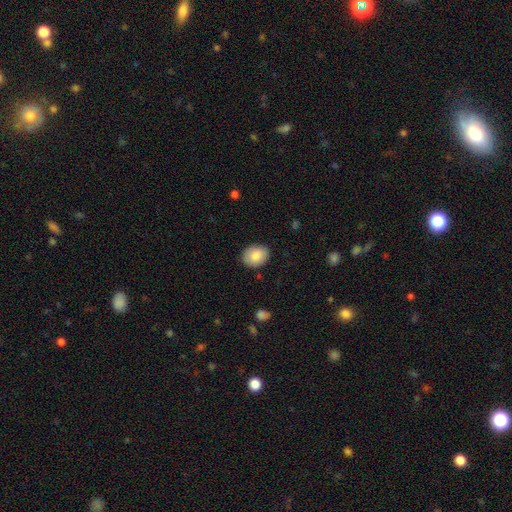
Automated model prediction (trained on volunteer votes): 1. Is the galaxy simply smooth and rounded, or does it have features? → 83% smooth, 10% featured or disk, 7% star or artifact.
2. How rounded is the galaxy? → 56% in between, 43% round, 1% cigar-shaped.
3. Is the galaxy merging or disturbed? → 85% none, 11% minor disturbance, 2% major disturbance, 1% merger.